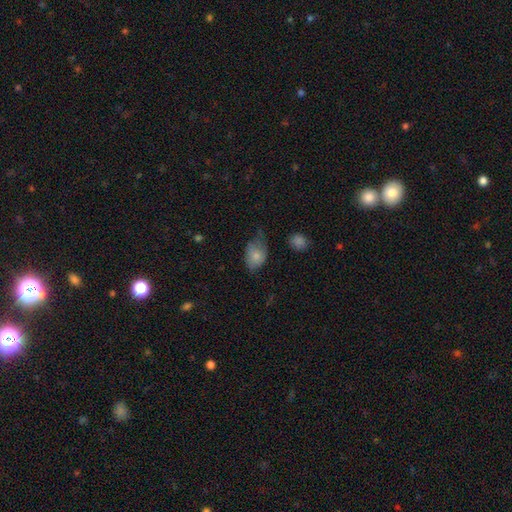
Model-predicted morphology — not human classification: Smooth or featured: smooth — 74% (featured or disk — 18%)
How rounded: in between — 81% (round — 18%)
Merging: minor disturbance — 41% (none — 36%)